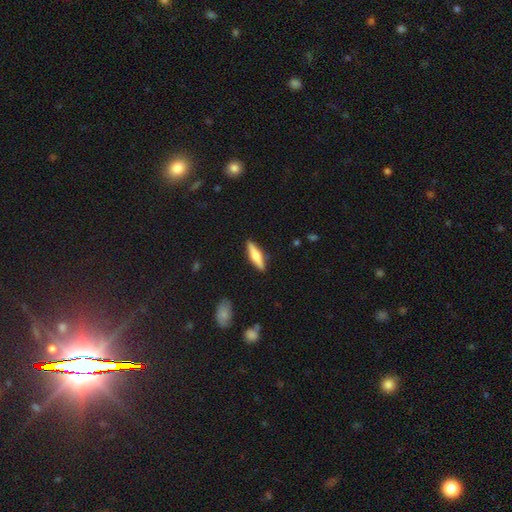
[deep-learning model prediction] A smooth galaxy with no disk features (55%) that is cigar-shaped (72%). Merging: none (89%).